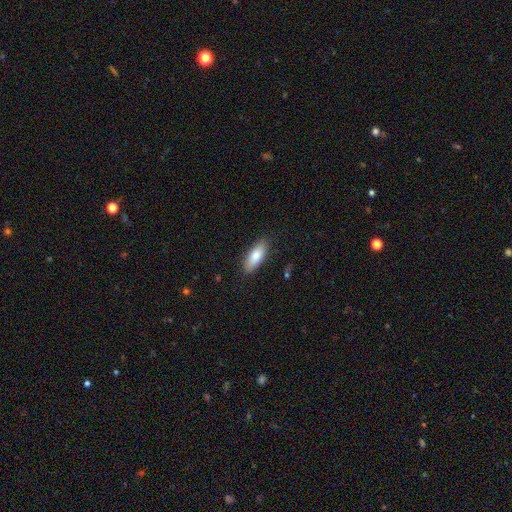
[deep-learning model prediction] smooth 81%, featured or disk 13%, star or artifact 6%. Down the decision tree: how rounded — in between (76%); merging — none (84%).